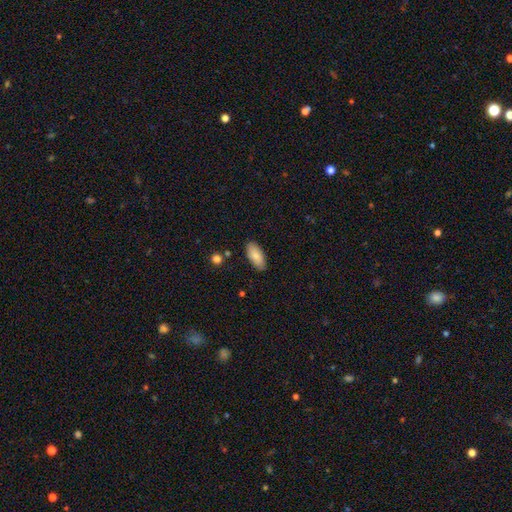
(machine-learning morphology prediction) This appears to be a smooth galaxy with no disk features (83%) that is in between round and cigar-shaped (90%). Merging: none (85%).